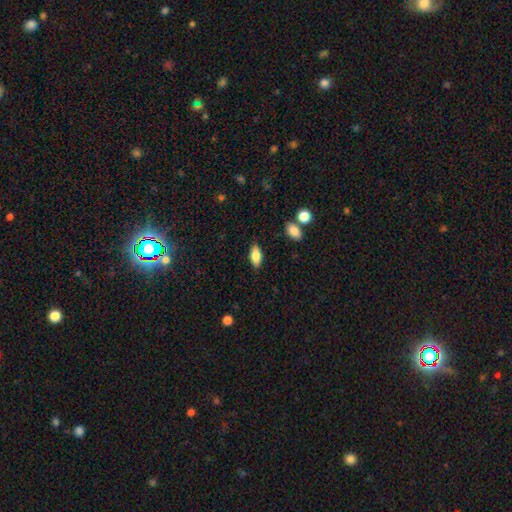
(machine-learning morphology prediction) The model was most divided on "smooth or featured": smooth: 77%, featured or disk: 15%, star or artifact: 7%. More confident: merging — none (85%); how rounded — in between (83%).